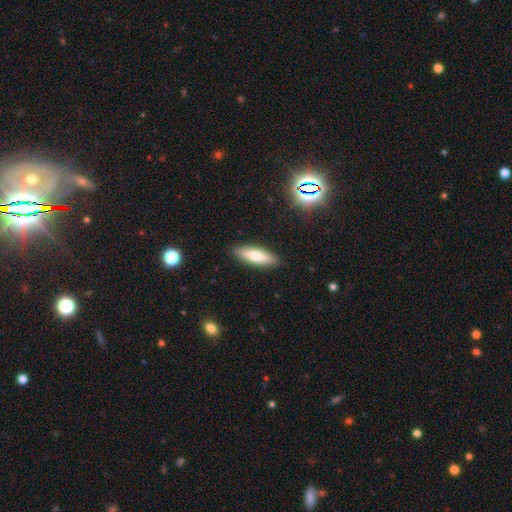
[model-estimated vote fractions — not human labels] Q: Smooth or featured?
A: smooth (72%); runner-up: featured or disk (21%)
Q: How rounded?
A: cigar-shaped (54%); runner-up: in between (44%)
Q: Merging?
A: none (89%); runner-up: minor disturbance (8%)